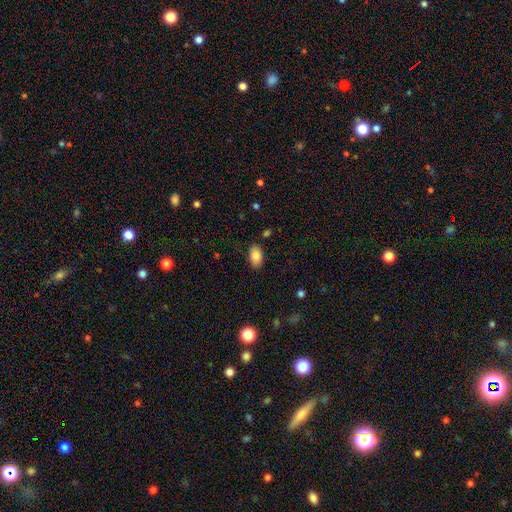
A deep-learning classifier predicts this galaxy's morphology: This appears to be a smooth galaxy with no disk features (84%) that is in between round and cigar-shaped (93%). Merging: none (86%).